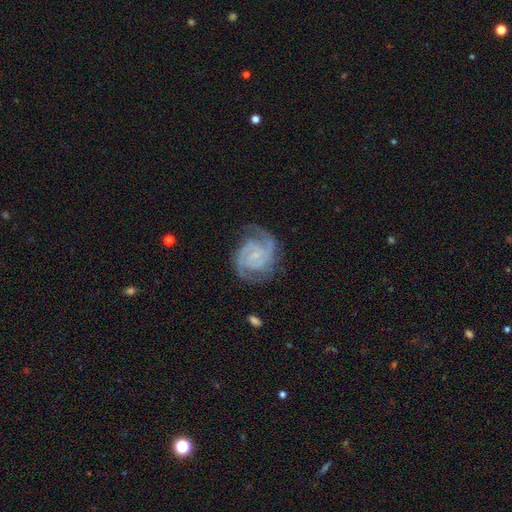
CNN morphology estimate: smooth-or-featured: featured or disk: 90% | smooth: 5% | star or artifact: 5%
  disk-edge-on: no: 98% | yes: 2%
    bar: no: 52% | weak: 38% | strong: 10%
    has-spiral-arms: yes: 98% | no: 2%
      spiral-winding: tight: 55% | medium: 38% | loose: 6%
      spiral-arm-count: 2: 54% | 3: 23% | can't tell: 10% | 4: 5% | 1: 4% | more than 4: 4%
    bulge-size: small: 71% | none: 17% | moderate: 11% | large: 1% | dominant: 1%
  merging: none: 73% | minor disturbance: 17% | major disturbance: 8% | merger: 2%